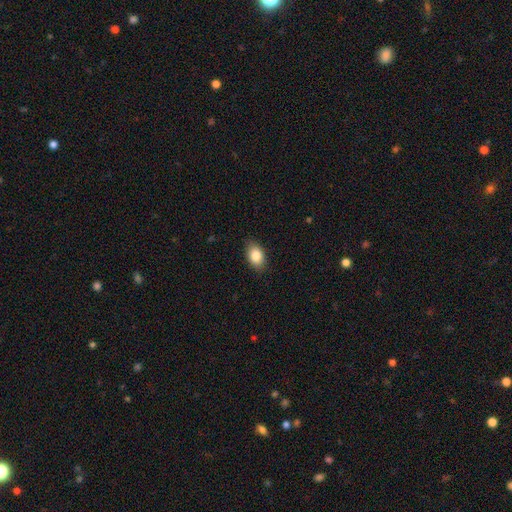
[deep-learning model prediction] A smooth galaxy with no disk features (85%) that is in between round and cigar-shaped (87%).

Vote fractions:
- Smooth or featured? smooth: 85% / star or artifact: 8% / featured or disk: 7%
- How rounded? in between: 87% / round: 12% / cigar-shaped: 1%
- Merging? none: 86% / minor disturbance: 11% / major disturbance: 2% / merger: 1%